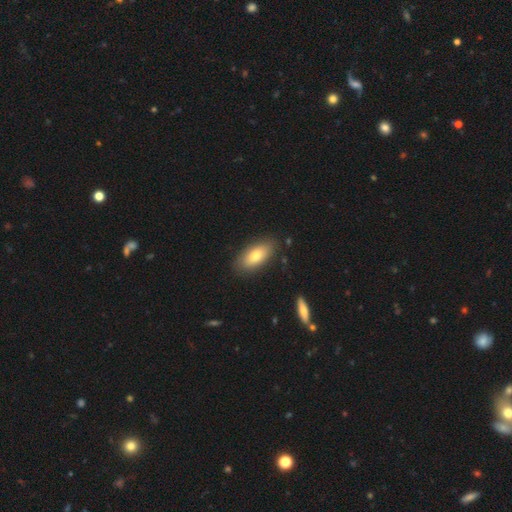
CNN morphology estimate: Smooth or featured?
  - smooth: 75% *
  - featured or disk: 19%
  - star or artifact: 7%
How rounded?
  - in between: 88% *
  - cigar-shaped: 9%
  - round: 3%
Merging?
  - none: 85% *
  - minor disturbance: 11%
  - major disturbance: 3%
  - merger: 2%